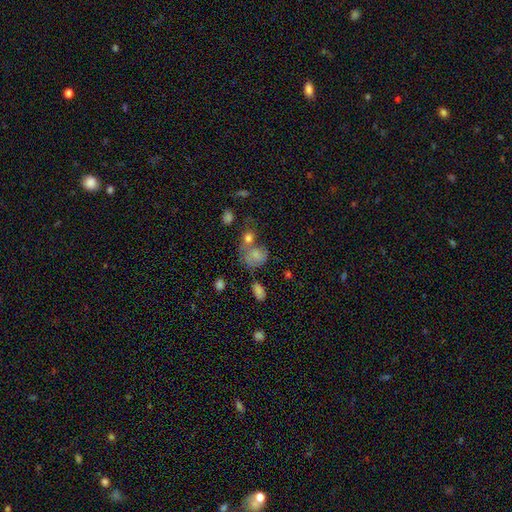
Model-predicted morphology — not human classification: A smooth galaxy with no disk features (62%) that is round (56%). Merging: none (34%).